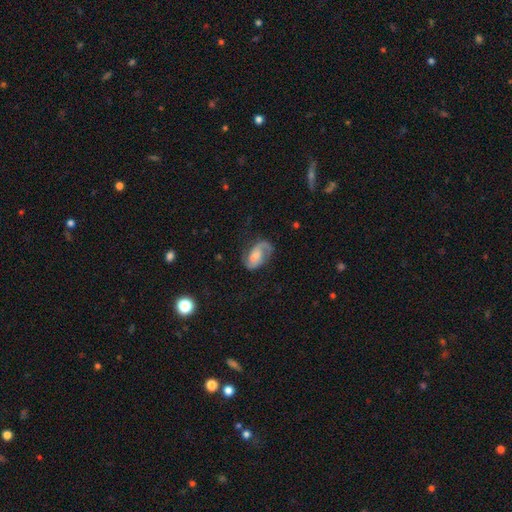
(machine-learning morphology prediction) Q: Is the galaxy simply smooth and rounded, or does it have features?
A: featured or disk — 75%.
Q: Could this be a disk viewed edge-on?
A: no — 97%.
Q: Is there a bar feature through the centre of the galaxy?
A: no — 44%, tied with weak.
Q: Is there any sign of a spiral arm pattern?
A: yes — 93%.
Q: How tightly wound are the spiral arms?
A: medium — 45%.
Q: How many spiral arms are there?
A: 2 — 76%.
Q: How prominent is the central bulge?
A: small — 36%.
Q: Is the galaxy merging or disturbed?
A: none — 59%.